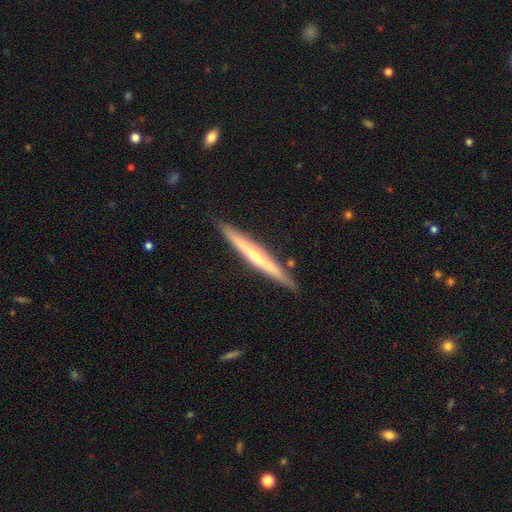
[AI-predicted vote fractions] smooth_or_featured: featured or disk (p=0.70) [alt: smooth p=0.24]
disk_edge_on: yes (p=0.97) [alt: no p=0.03]
edge_on_bulge: rounded (p=0.74) [alt: none p=0.22]
merging: none (p=0.89) [alt: minor disturbance p=0.08]